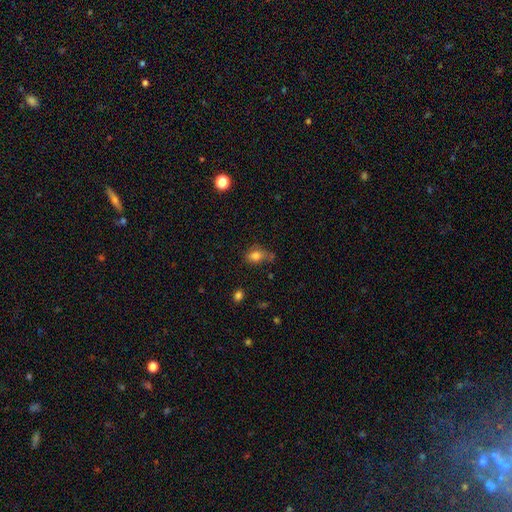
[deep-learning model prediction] A smooth galaxy with no disk features (80%) that is in between round and cigar-shaped (72%). Merging: none (53%).